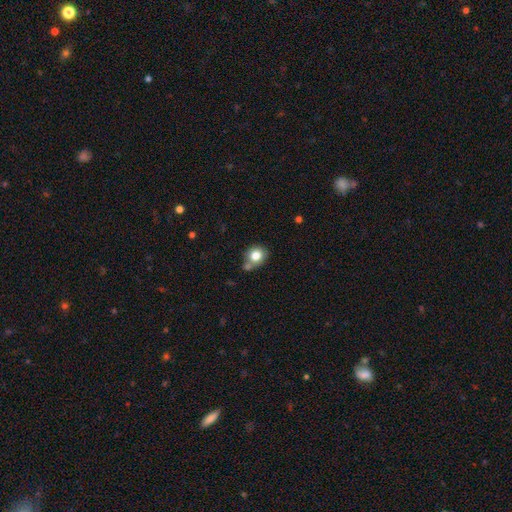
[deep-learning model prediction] Smooth or featured?
  - smooth: 79% *
  - featured or disk: 11%
  - star or artifact: 10%
How rounded?
  - round: 73% *
  - in between: 26%
  - cigar-shaped: 1%
Merging?
  - none: 59% *
  - merger: 20%
  - minor disturbance: 17%
  - major disturbance: 5%